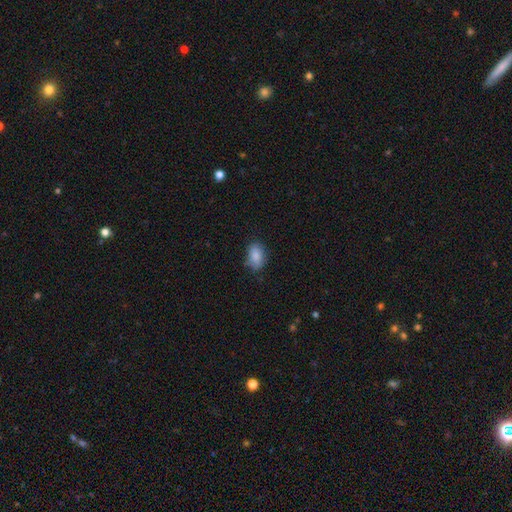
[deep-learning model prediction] Overall: smooth (86%). How rounded: in between (87%). Merging: none (72%).